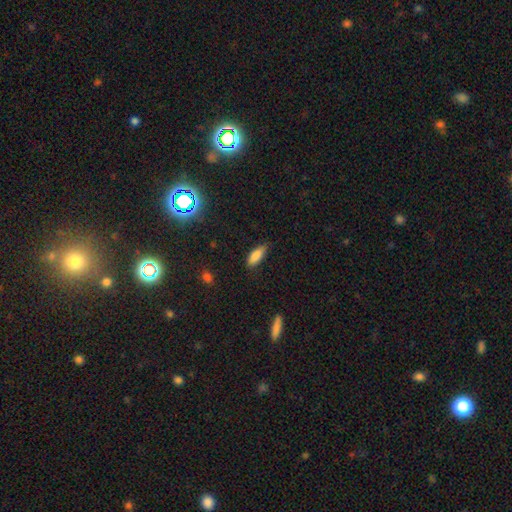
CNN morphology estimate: The model was most divided on "merging": none: 71%, minor disturbance: 23%, major disturbance: 4%, merger: 1%. More confident: smooth or featured — smooth (83%); how rounded — in between (74%).